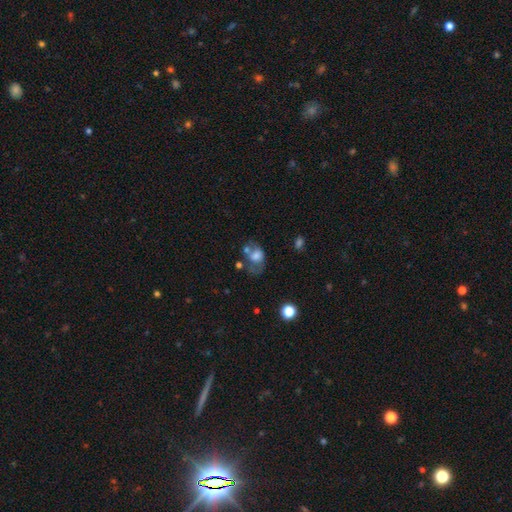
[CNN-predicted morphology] smooth-or-featured: smooth: 58% | featured or disk: 31% | star or artifact: 11%
  how-rounded: in between: 64% | round: 35% | cigar-shaped: 1%
  merging: none: 27% (tied) | merger: 27% (tied) | major disturbance: 25% | minor disturbance: 21%